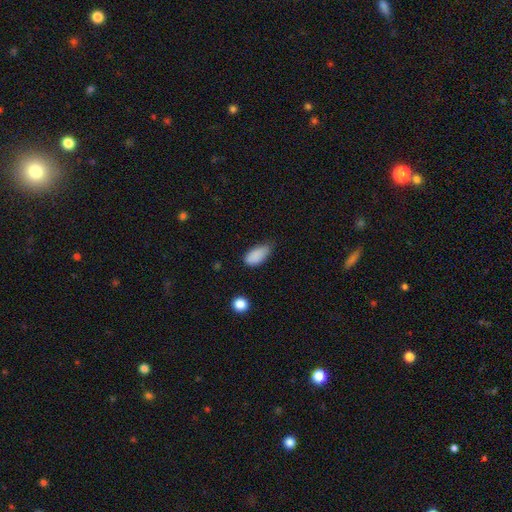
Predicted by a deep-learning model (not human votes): A smooth galaxy with no disk features (87%) that is in between round and cigar-shaped (92%).

Vote fractions:
- Smooth or featured? smooth: 87% / star or artifact: 8% / featured or disk: 5%
- How rounded? in between: 92% / cigar-shaped: 4% / round: 4%
- Merging? none: 47% / minor disturbance: 43% / major disturbance: 8% / merger: 2%